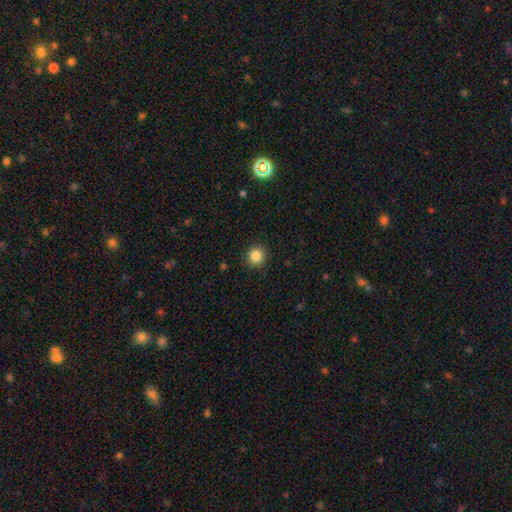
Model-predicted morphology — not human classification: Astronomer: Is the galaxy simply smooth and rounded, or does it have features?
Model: smooth — 85%.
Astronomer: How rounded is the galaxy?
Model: round — 93%.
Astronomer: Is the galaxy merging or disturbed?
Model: none — 91%.